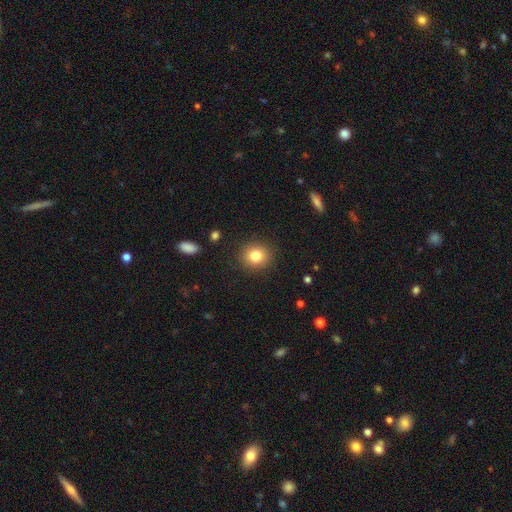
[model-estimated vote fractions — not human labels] smooth_or_featured: smooth (p=0.82) [alt: star or artifact p=0.11]
how_rounded: round (p=0.82) [alt: in between p=0.17]
merging: none (p=0.89) [alt: minor disturbance p=0.07]